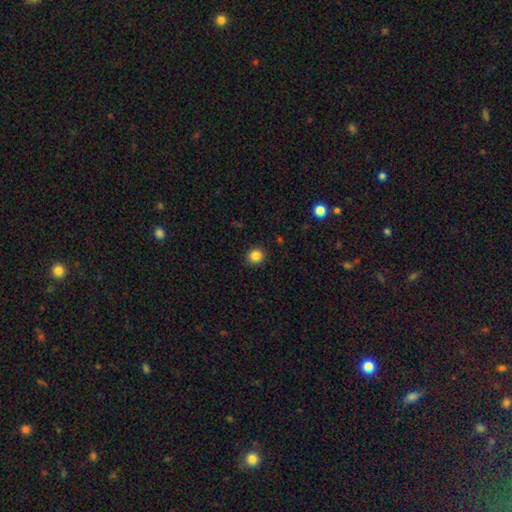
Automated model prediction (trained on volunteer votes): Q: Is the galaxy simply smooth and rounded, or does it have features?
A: smooth — 86%.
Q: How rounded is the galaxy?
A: round — 89%.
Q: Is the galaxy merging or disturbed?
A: none — 91%.